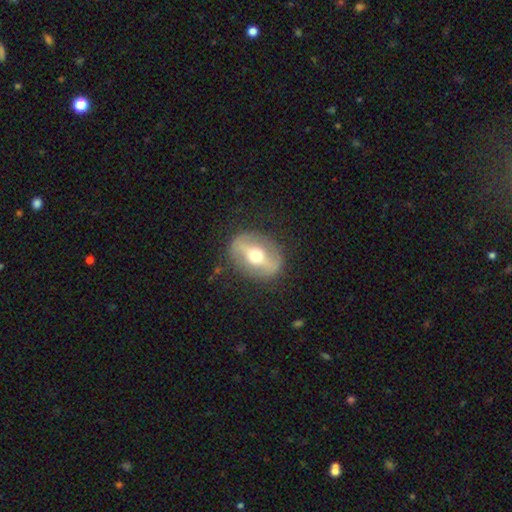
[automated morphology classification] A featured or disk galaxy (71%) with a strong bar (74%), no spiral arms (78%) and a moderate central bulge (73%). Merging: none (85%).